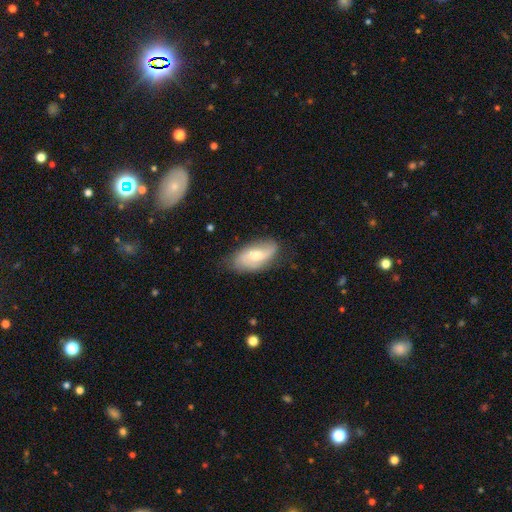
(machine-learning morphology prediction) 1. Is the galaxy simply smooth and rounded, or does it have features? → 55% featured or disk, 39% smooth, 7% star or artifact.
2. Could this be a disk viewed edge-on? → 92% no, 8% yes.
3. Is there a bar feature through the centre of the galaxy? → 51% no, 39% weak, 10% strong.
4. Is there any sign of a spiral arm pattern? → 85% yes, 15% no.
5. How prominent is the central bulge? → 58% moderate, 34% small, 5% large, 2% none, 1% dominant.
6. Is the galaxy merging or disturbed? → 72% none, 21% minor disturbance, 6% major disturbance, 1% merger.